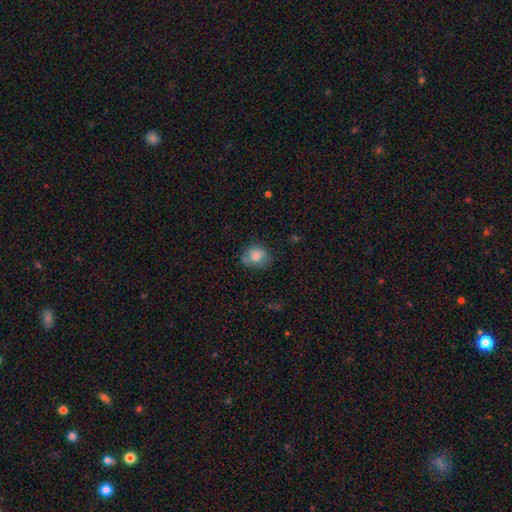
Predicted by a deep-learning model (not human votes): Smooth or featured?
  - smooth: 78% *
  - featured or disk: 13%
  - star or artifact: 9%
How rounded?
  - round: 57% *
  - in between: 42%
  - cigar-shaped: 1%
Merging?
  - none: 61% *
  - minor disturbance: 27%
  - major disturbance: 8%
  - merger: 4%